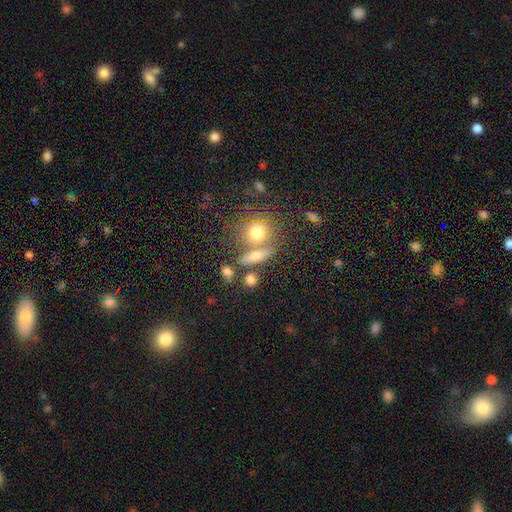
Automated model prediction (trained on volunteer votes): smooth_or_featured: smooth (p=0.64) [alt: featured or disk p=0.23]
how_rounded: in between (p=0.42) [alt: round p=0.30]
merging: none (p=0.56) [alt: merger p=0.28]